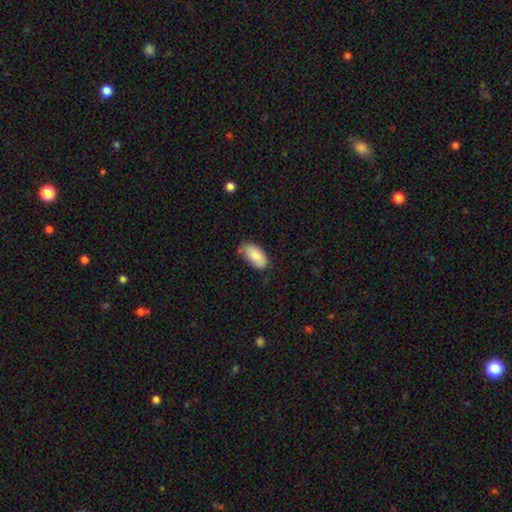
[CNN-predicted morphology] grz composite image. It shows a smooth galaxy with no disk features (85%) that is in between round and cigar-shaped (94%). Merging: none (67%).